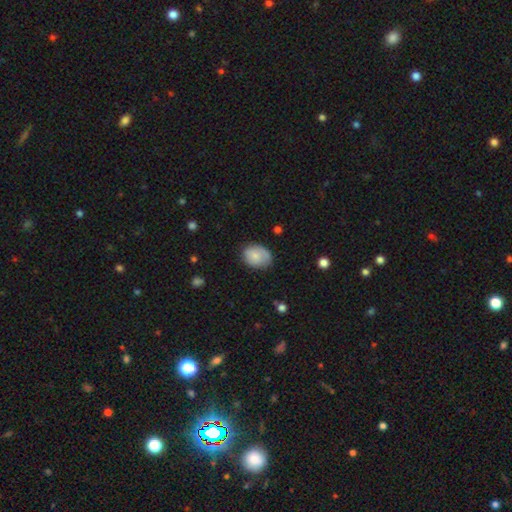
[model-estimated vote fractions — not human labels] A smooth galaxy with no disk features (76%) that is in between round and cigar-shaped (60%). Merging: none (67%).